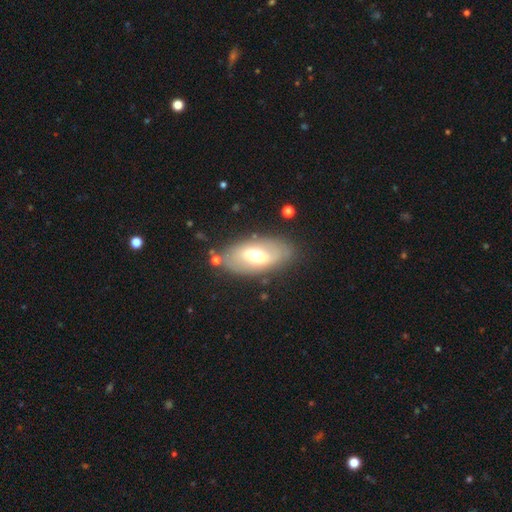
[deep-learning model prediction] Q: Smooth or featured?
A: featured or disk (47%); runner-up: smooth (46%)
Q: Merging?
A: none (78%); runner-up: minor disturbance (13%)